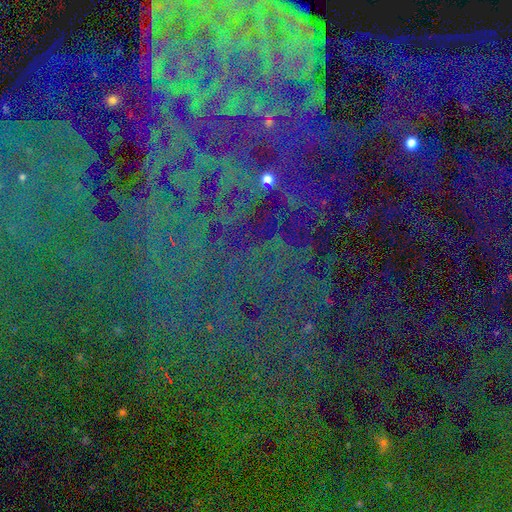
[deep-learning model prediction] This appears to be a star or artifact, not a galaxy (81%).